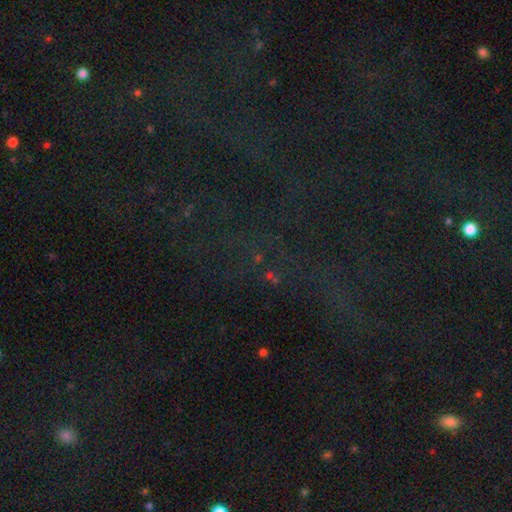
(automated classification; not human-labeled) Smooth or featured? Predicted: star or artifact (p=0.76).